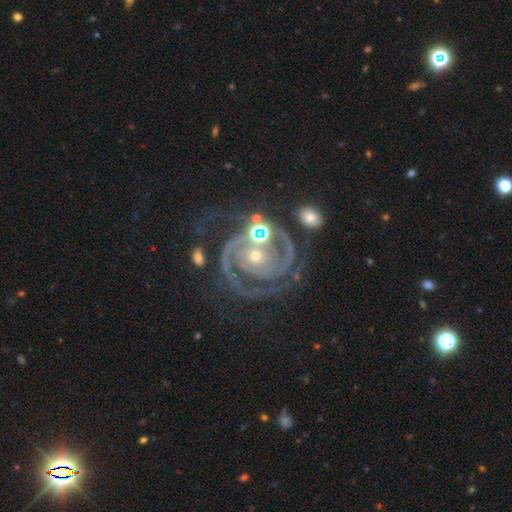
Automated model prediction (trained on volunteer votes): featured or disk 92%, star or artifact 6%, smooth 3%. Down the decision tree: edge-on disk — no (98%); bar — no (63%); spiral arms — yes (98%); spiral arm count — 2 (74%); spiral winding — tight (69%); bulge size — small (53%); merging — none (58%).